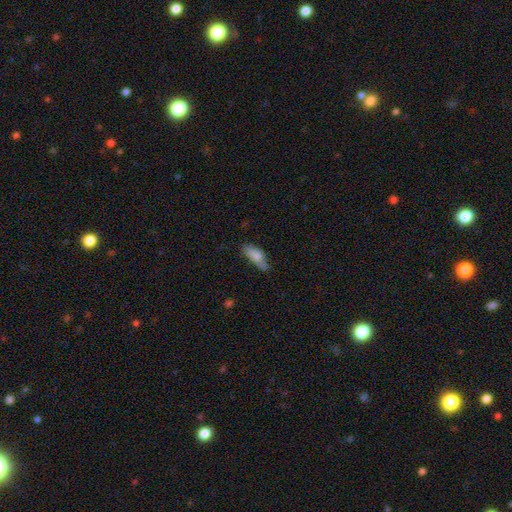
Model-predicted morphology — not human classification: The model was most divided on "merging": none: 54%, minor disturbance: 33%, major disturbance: 9%, merger: 4%. More confident: smooth or featured — smooth (79%); how rounded — in between (73%).